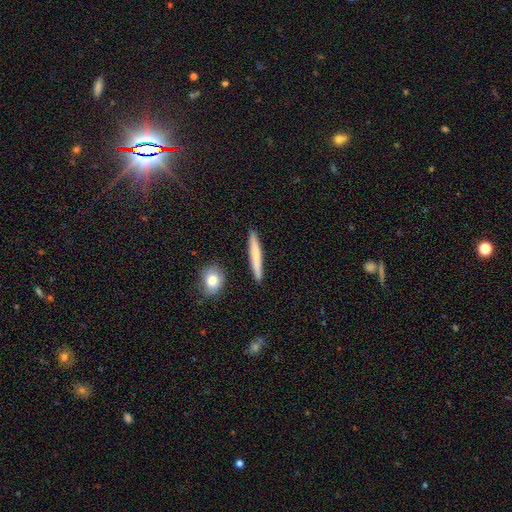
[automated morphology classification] type=smooth (67%); roundness=cigar-shaped (95%); merging=none (90%).